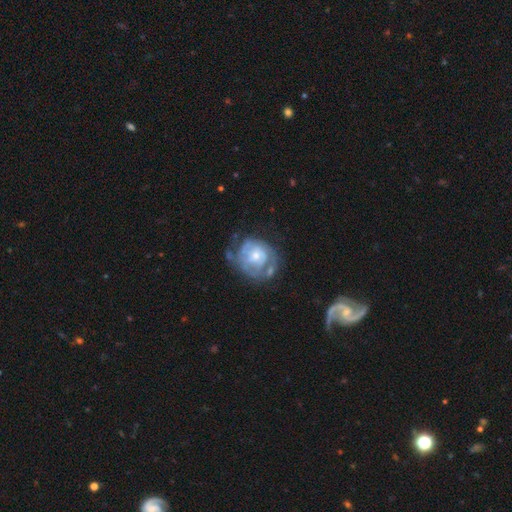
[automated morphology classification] A featured or disk galaxy (76%) with no bar (71%), tight (60%) spiral arms (76%) and a small central bulge (49%). Merging: none (49%).